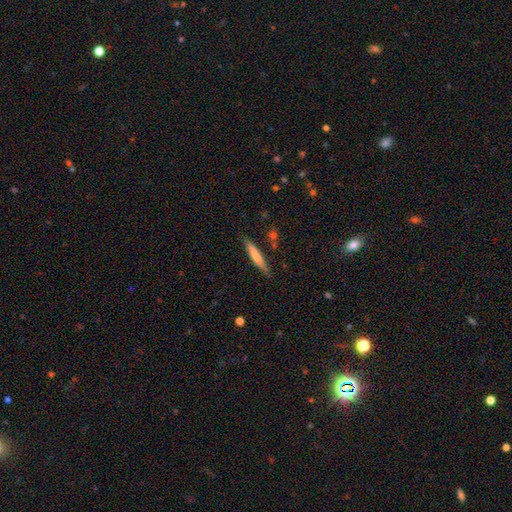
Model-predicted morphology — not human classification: Smooth or featured? smooth (66%)
How rounded? cigar-shaped (93%)
Merging? none (82%)